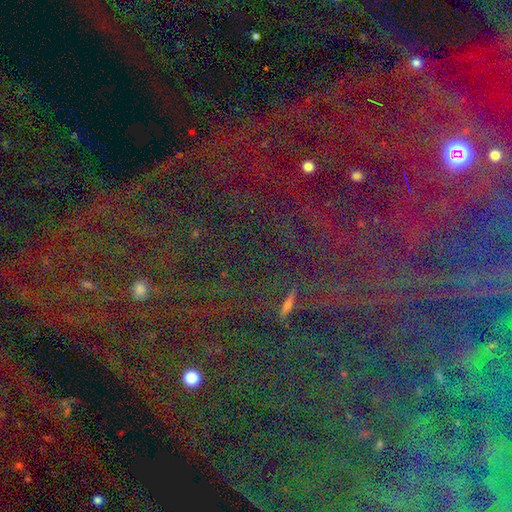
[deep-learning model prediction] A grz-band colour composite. It shows a star or artifact, not a galaxy (81%).